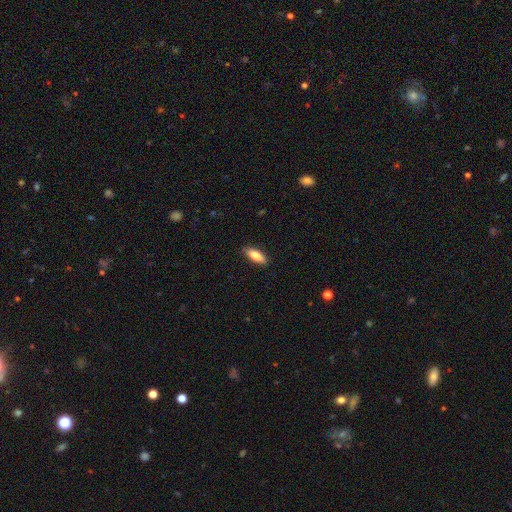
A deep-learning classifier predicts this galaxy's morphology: The model was most divided on "how rounded": in between: 67%, cigar-shaped: 31%, round: 2%. More confident: merging — none (88%); smooth or featured — smooth (80%).